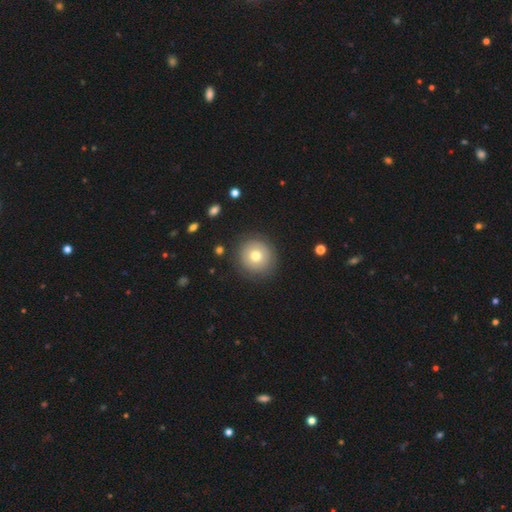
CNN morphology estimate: Smooth or featured? Predicted: smooth (p=0.72). How rounded? Predicted: round (p=0.92). Merging? Predicted: none (p=0.86).